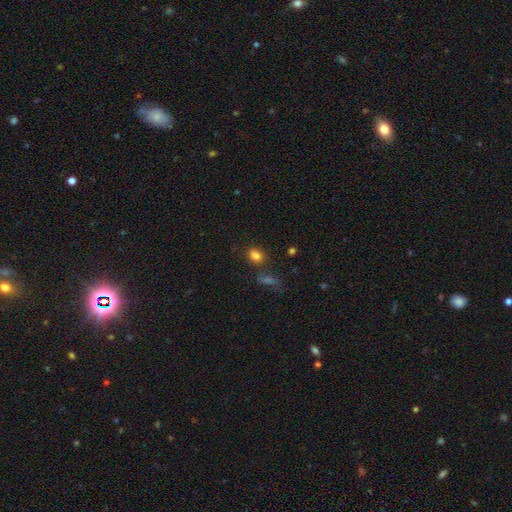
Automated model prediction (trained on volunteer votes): smooth 79%, star or artifact 15%, featured or disk 6%. Down the decision tree: how rounded — in between (72%); merging — none (62%).